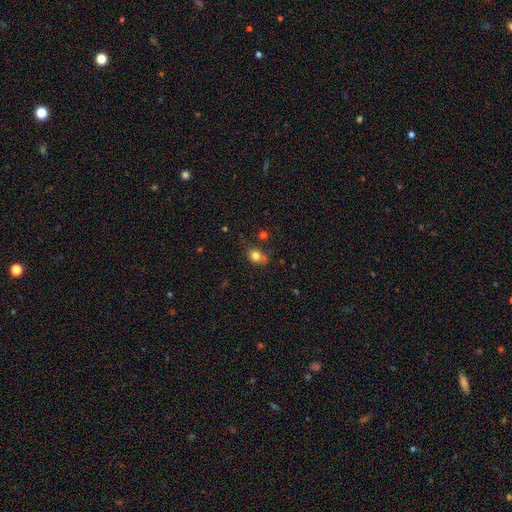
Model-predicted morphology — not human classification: Smooth or featured? Predicted: smooth (p=0.80). How rounded? Predicted: round (p=0.56). Merging? Predicted: none (p=0.60).